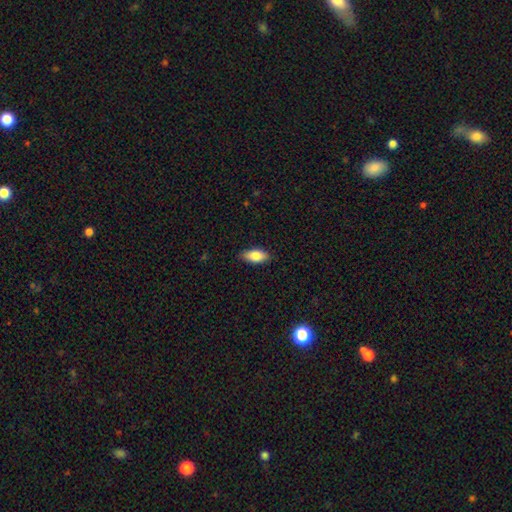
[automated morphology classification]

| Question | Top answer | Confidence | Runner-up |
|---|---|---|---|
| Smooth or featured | smooth | 83% | featured or disk (10%) |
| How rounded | in between | 89% | cigar-shaped (8%) |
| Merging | none | 88% | minor disturbance (10%) |